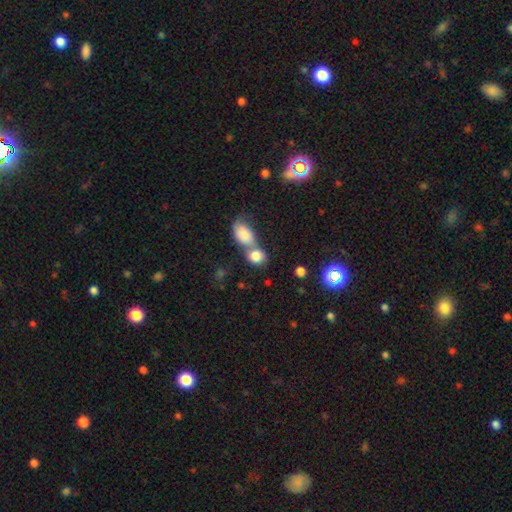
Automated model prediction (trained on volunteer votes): This is clearly a smooth galaxy (82%). How rounded: possibly in between (51%). Merging: likely merger (61%).